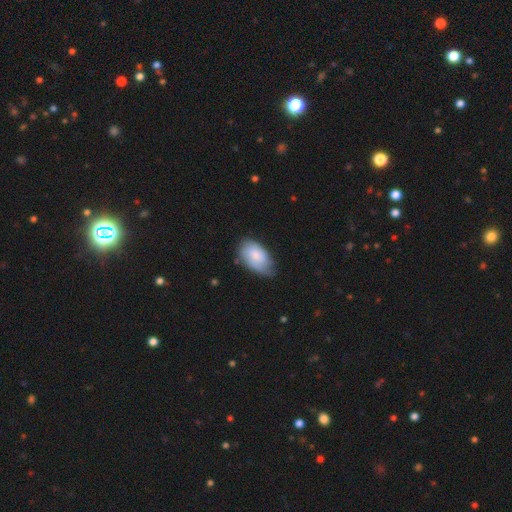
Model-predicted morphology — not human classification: This appears to be a smooth galaxy with no disk features (63%) that is in between round and cigar-shaped (93%). Merging: none (53%).